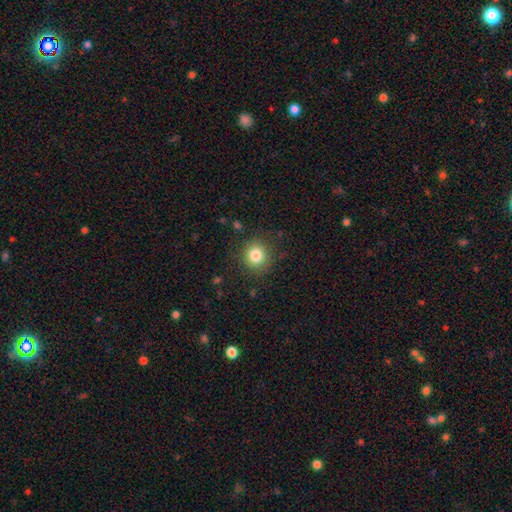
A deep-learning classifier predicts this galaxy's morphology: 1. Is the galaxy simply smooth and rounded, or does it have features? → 82% smooth, 11% star or artifact, 7% featured or disk.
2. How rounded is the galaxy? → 87% round, 12% in between, 1% cigar-shaped.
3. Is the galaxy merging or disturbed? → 86% none, 9% minor disturbance, 3% major disturbance, 1% merger.